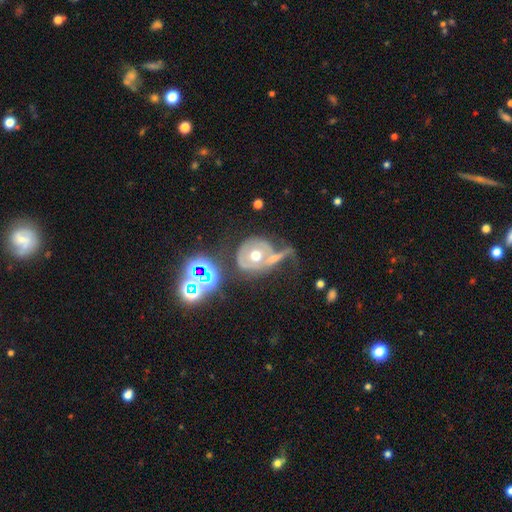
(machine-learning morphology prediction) smooth-or-featured: featured or disk: 51% | smooth: 35% | star or artifact: 14%
  disk-edge-on: no: 93% | yes: 7%
  merging: none: 32% | major disturbance: 27% | merger: 25% | minor disturbance: 16%